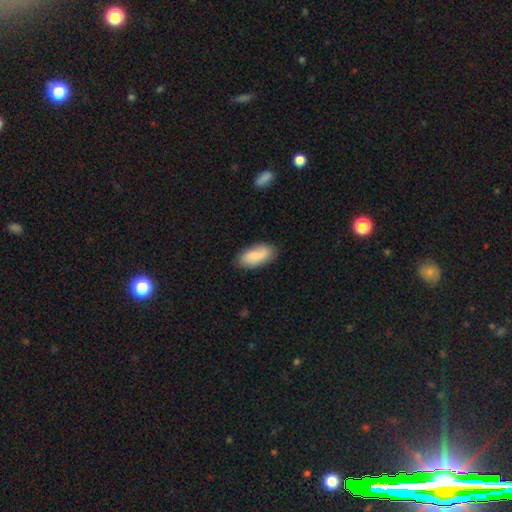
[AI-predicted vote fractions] Smooth or featured?
  - smooth: 77% *
  - featured or disk: 16%
  - star or artifact: 6%
How rounded?
  - in between: 91% *
  - cigar-shaped: 7%
  - round: 2%
Merging?
  - none: 79% *
  - minor disturbance: 16%
  - major disturbance: 3%
  - merger: 1%